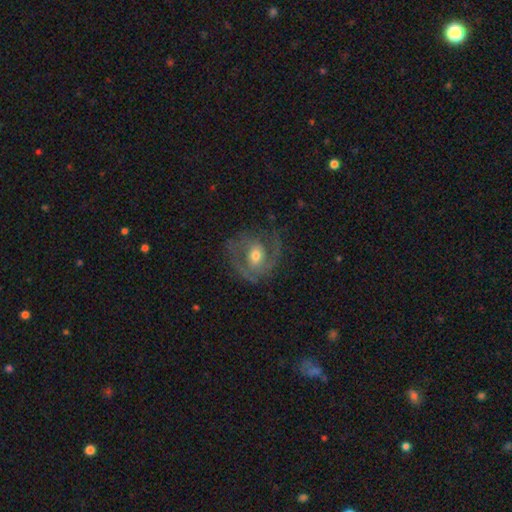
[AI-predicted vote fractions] Smooth or featured: featured or disk — 77% (smooth — 17%)
Edge-on disk: no — 97% (yes — 3%)
Bar: no — 51% (weak — 38%)
Spiral arms: yes — 85% (no — 15%)
Spiral winding: medium — 46% (tight — 35%)
Spiral arm count: 2 — 61% (can't tell — 16%)
Bulge size: moderate — 70% (small — 22%)
Merging: none — 62% (minor disturbance — 20%)